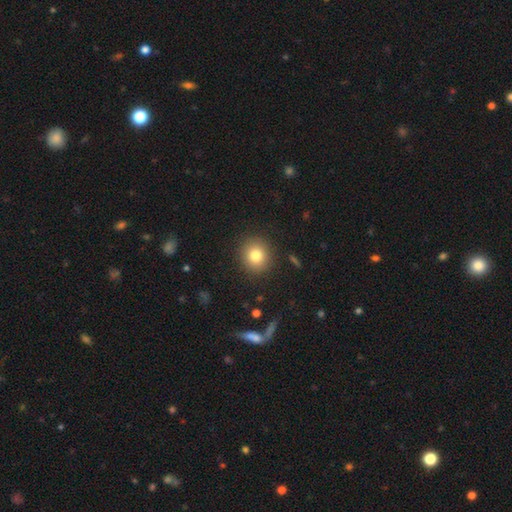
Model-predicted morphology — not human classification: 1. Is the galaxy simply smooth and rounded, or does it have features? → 80% smooth, 11% star or artifact, 9% featured or disk.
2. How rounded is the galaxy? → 87% round, 12% in between, 1% cigar-shaped.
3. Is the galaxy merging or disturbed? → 90% none, 7% minor disturbance, 2% major disturbance, 1% merger.